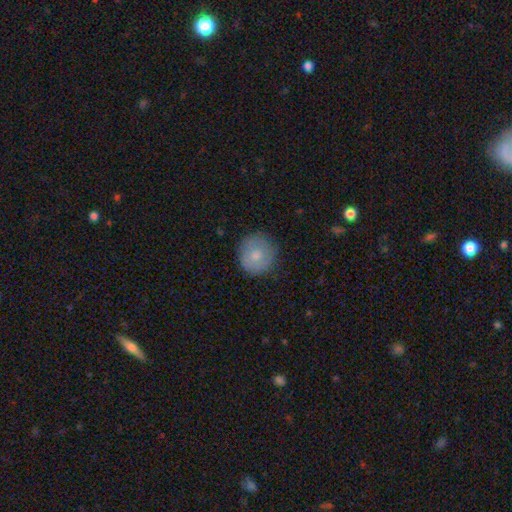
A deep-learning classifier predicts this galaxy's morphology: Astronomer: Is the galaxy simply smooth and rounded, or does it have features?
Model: smooth — 75%.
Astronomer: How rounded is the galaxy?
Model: round — 91%.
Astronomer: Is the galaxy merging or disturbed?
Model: none — 84%.